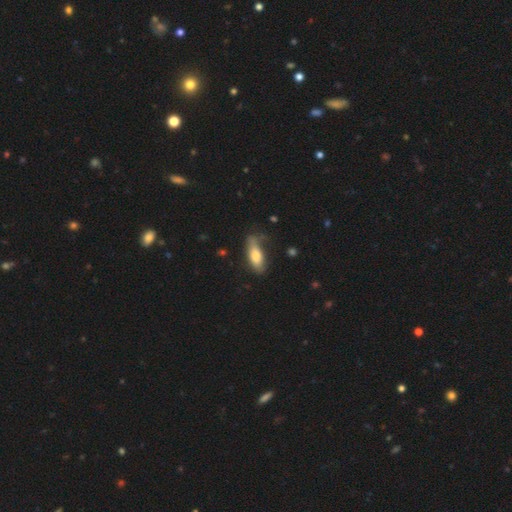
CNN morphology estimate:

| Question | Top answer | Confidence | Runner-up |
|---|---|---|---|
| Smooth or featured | smooth | 74% | featured or disk (20%) |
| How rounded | in between | 65% | cigar-shaped (32%) |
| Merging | none | 58% | minor disturbance (28%) |